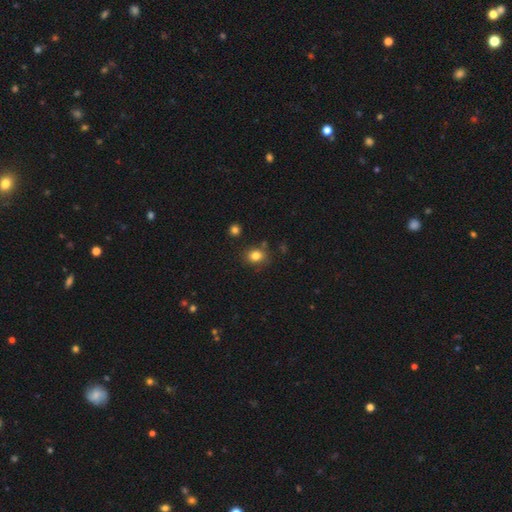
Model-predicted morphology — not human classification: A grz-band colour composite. It shows a smooth galaxy with no disk features (82%) that is round (58%). Merging: none (80%).